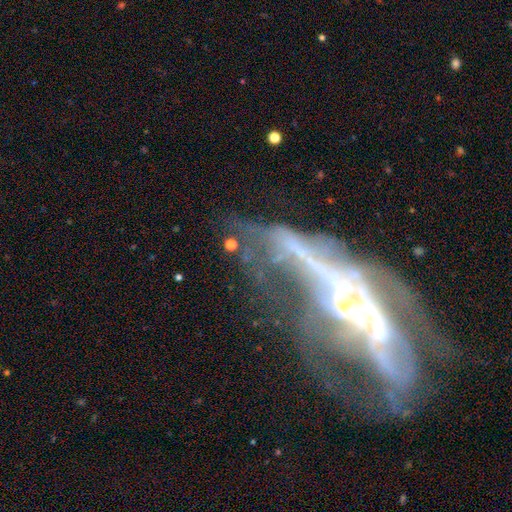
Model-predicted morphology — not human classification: Smooth or featured? featured or disk (70%)
Edge-on disk? no (67%)
Merging? major disturbance (32%)